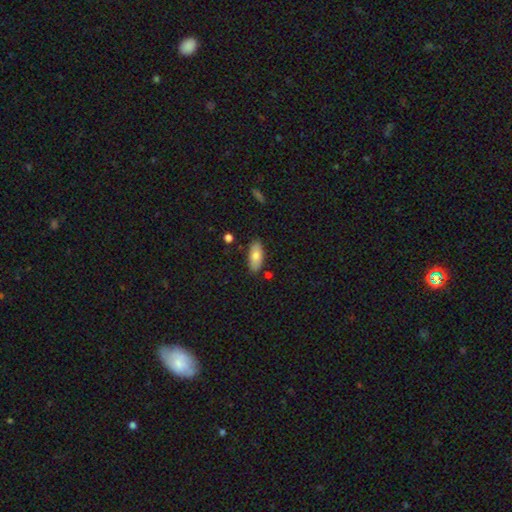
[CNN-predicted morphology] A smooth galaxy with no disk features (76%) that is in between round and cigar-shaped (86%).

Vote fractions:
- Smooth or featured? smooth: 76% / featured or disk: 18% / star or artifact: 6%
- How rounded? in between: 86% / cigar-shaped: 12% / round: 2%
- Merging? none: 83% / minor disturbance: 12% / merger: 3% / major disturbance: 2%